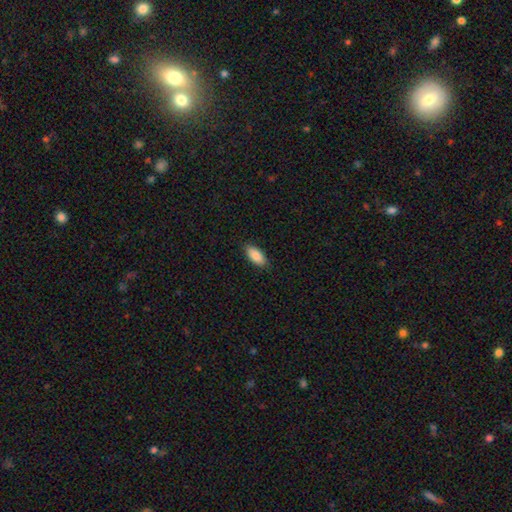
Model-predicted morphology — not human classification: Overall: smooth (88%). How rounded: in between (89%). Merging: none (87%).